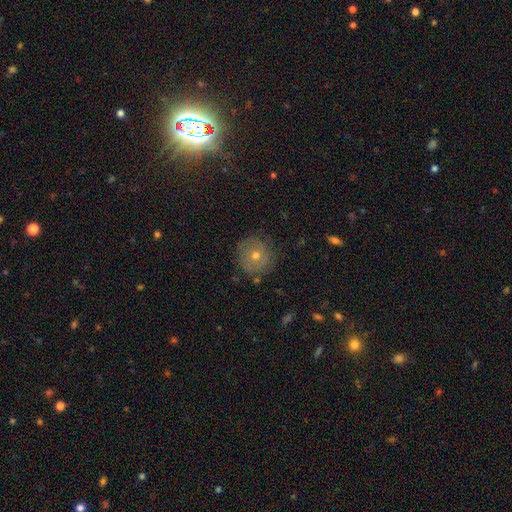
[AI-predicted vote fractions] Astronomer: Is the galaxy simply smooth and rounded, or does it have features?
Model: smooth — 44% (runner-up: featured or disk, 37%).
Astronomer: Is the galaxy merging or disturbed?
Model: none — 82%.